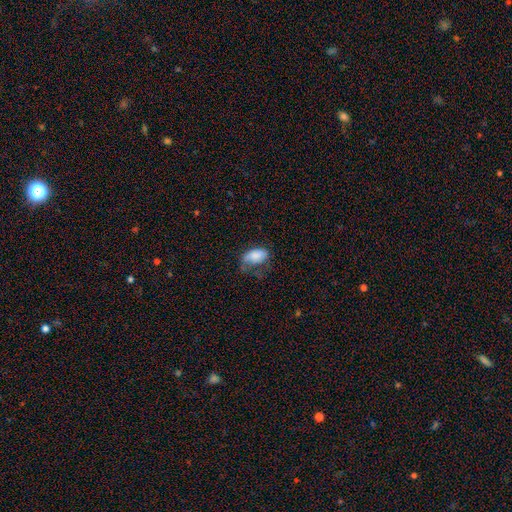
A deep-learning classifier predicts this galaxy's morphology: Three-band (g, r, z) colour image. It shows a smooth galaxy with no disk features (78%) that is in between round and cigar-shaped (93%). Merging: minor disturbance (34%).